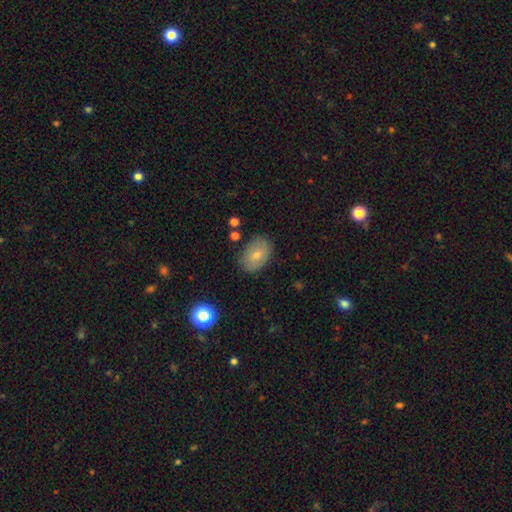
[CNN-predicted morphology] This is likely a smooth galaxy (67%). How rounded: clearly in between (84%). Merging: clearly none (81%).